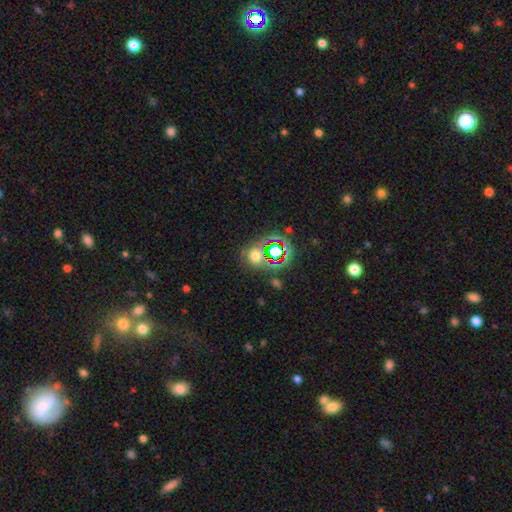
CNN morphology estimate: type=smooth (47%); merging=none (62%).